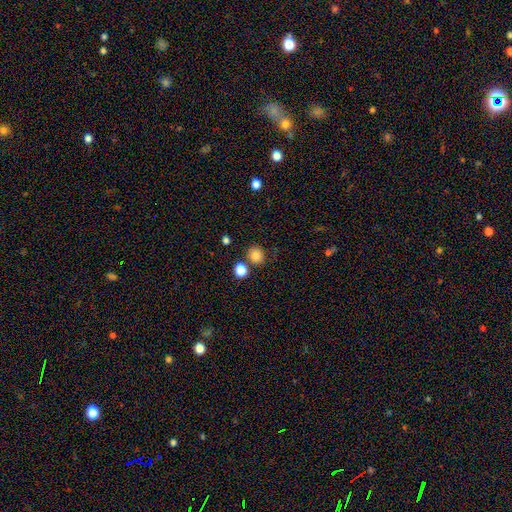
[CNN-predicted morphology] Smooth or featured?
  - smooth: 83% *
  - star or artifact: 12%
  - featured or disk: 5%
How rounded?
  - round: 84% *
  - in between: 15%
  - cigar-shaped: 1%
Merging?
  - none: 75% *
  - merger: 12%
  - minor disturbance: 10%
  - major disturbance: 3%